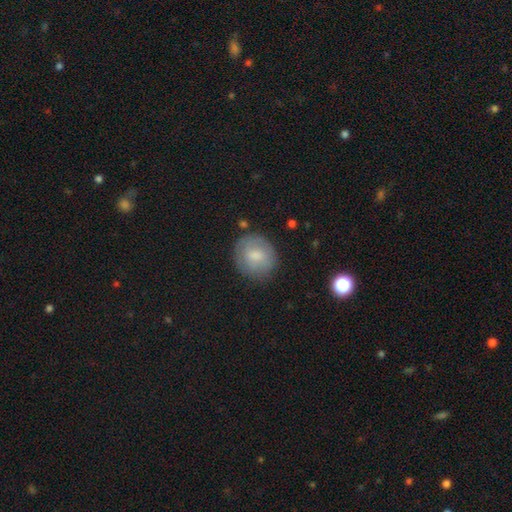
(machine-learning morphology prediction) smooth 70%, featured or disk 22%, star or artifact 7%. Down the decision tree: how rounded — round (82%); merging — none (75%).